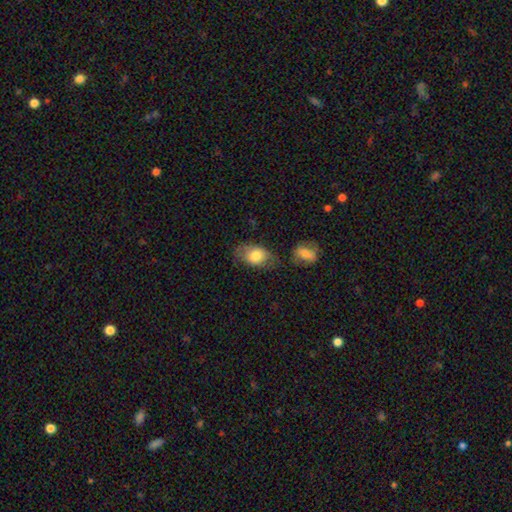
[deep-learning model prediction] The model was most divided on "merging": none: 60%, minor disturbance: 24%, merger: 8%, major disturbance: 8%. More confident: how rounded — in between (85%); smooth or featured — smooth (77%).